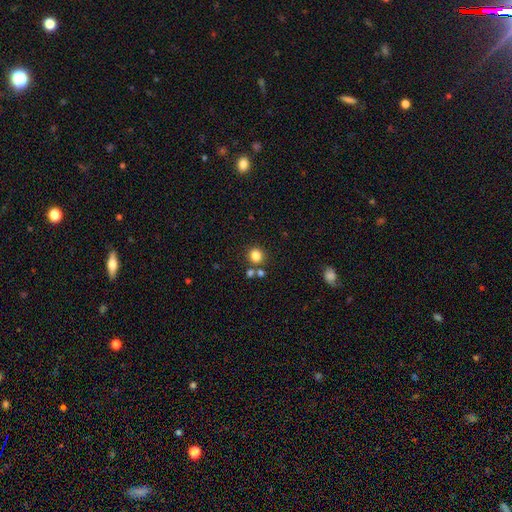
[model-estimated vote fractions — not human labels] smooth-or-featured: smooth: 82% | star or artifact: 13% | featured or disk: 5%
  how-rounded: round: 89% | in between: 10% | cigar-shaped: 1%
  merging: none: 79% | merger: 11% | minor disturbance: 7% | major disturbance: 3%